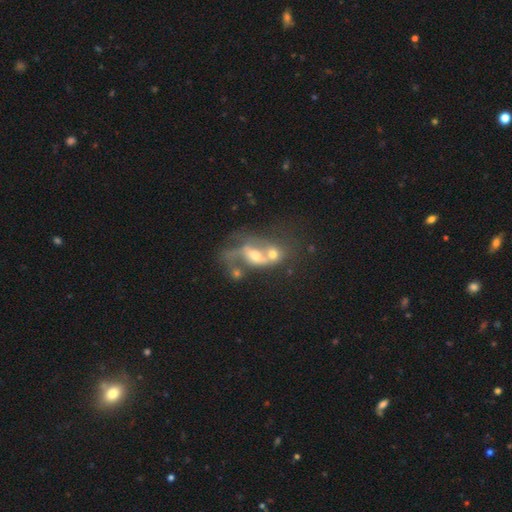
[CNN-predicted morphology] type=featured or disk (60%); edge-on=no (94%); bar=no (58%); spiral arms=yes (52%); bulge=moderate (51%); merging=merger (60%).